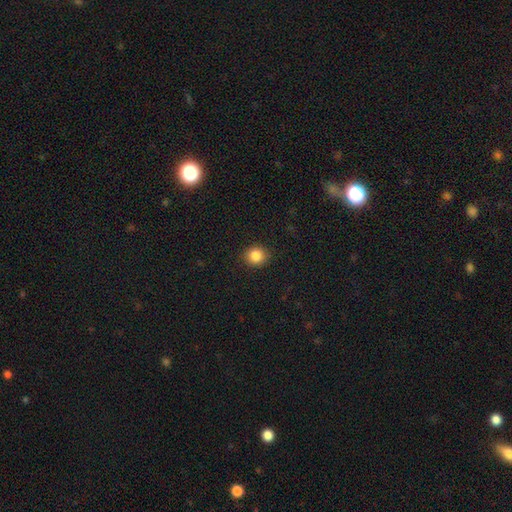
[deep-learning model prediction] Smooth or featured: smooth — 86% (star or artifact — 10%)
How rounded: round — 85% (in between — 14%)
Merging: none — 90% (minor disturbance — 7%)